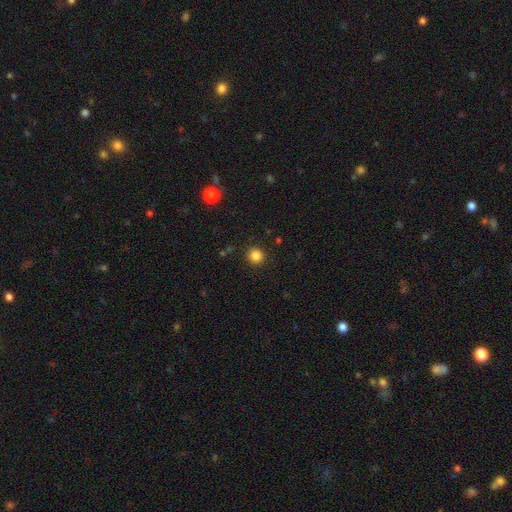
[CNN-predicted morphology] Q: Smooth or featured?
A: smooth (84%); runner-up: star or artifact (12%)
Q: How rounded?
A: round (92%); runner-up: in between (7%)
Q: Merging?
A: none (91%); runner-up: minor disturbance (6%)